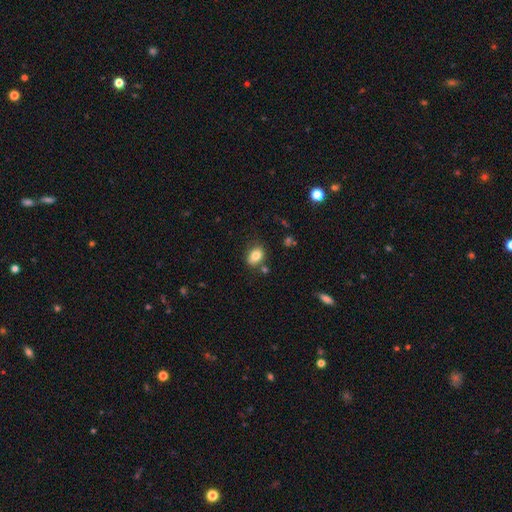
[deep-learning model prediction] Smooth or featured? Predicted: smooth (p=0.81). How rounded? Predicted: in between (p=0.73). Merging? Predicted: none (p=0.74).